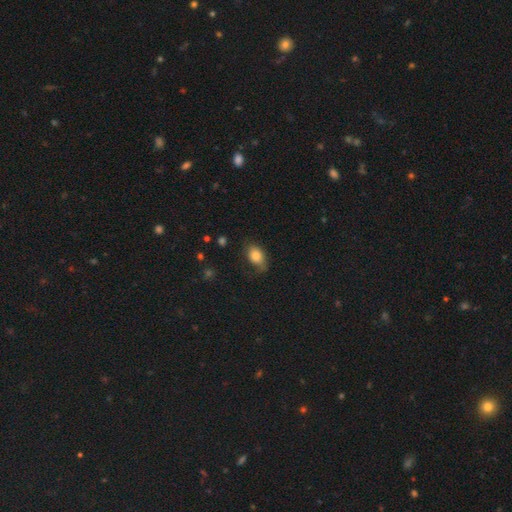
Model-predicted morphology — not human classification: smooth-or-featured: smooth: 80% | featured or disk: 12% | star or artifact: 8%
  how-rounded: in between: 82% | round: 16% | cigar-shaped: 2%
  merging: none: 56% | minor disturbance: 29% | major disturbance: 13% | merger: 2%